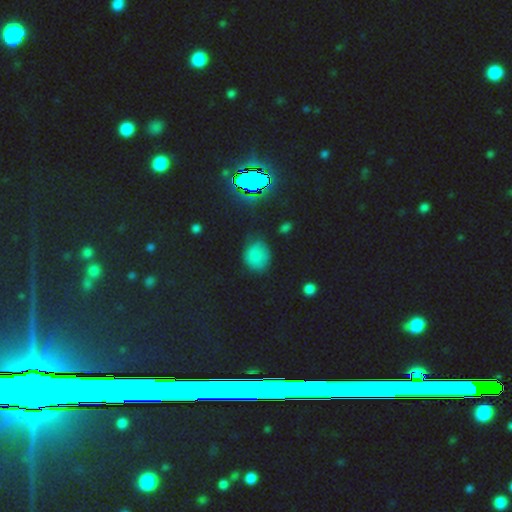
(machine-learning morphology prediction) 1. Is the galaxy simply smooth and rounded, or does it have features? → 64% smooth, 26% star or artifact, 10% featured or disk.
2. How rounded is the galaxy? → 63% round, 35% in between, 2% cigar-shaped.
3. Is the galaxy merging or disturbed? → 73% none, 19% minor disturbance, 6% major disturbance, 3% merger.